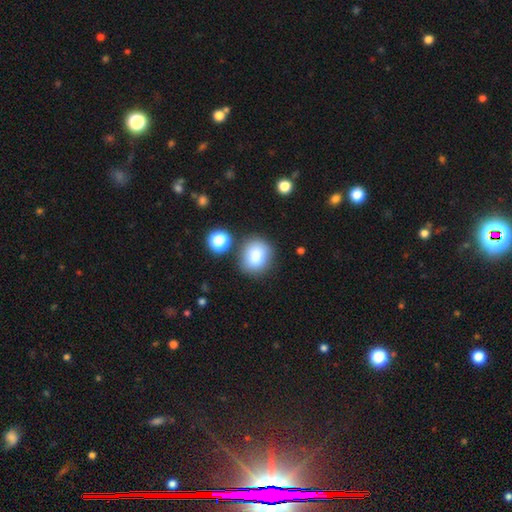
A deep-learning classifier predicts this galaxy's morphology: Overall: smooth (82%). How rounded: round (74%). Merging: none (74%).